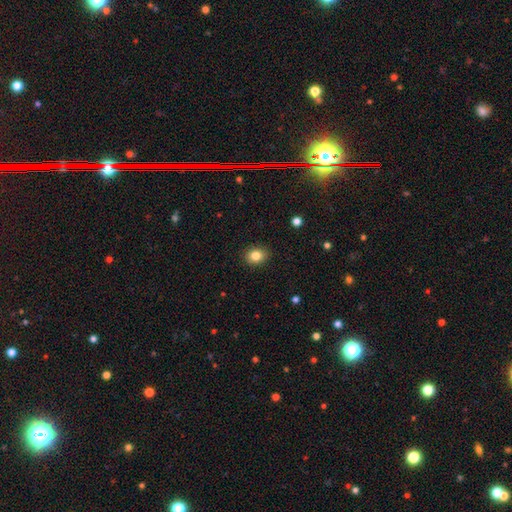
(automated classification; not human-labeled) The model was most divided on "how rounded": round: 50%, in between: 49%, cigar-shaped: 1%. More confident: merging — none (89%); smooth or featured — smooth (84%).